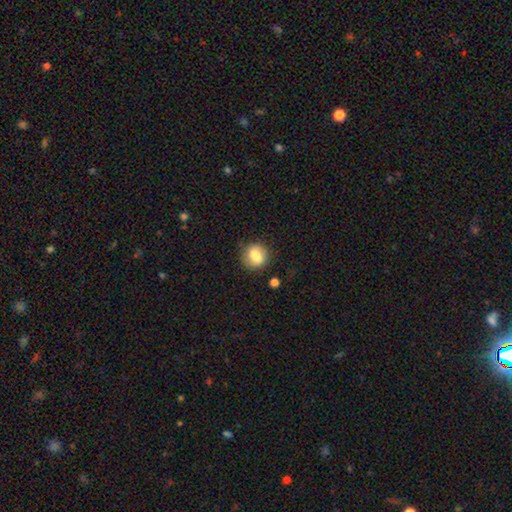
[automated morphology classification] smooth 72%, featured or disk 20%, star or artifact 8%. Down the decision tree: how rounded — round (74%); merging — none (77%).